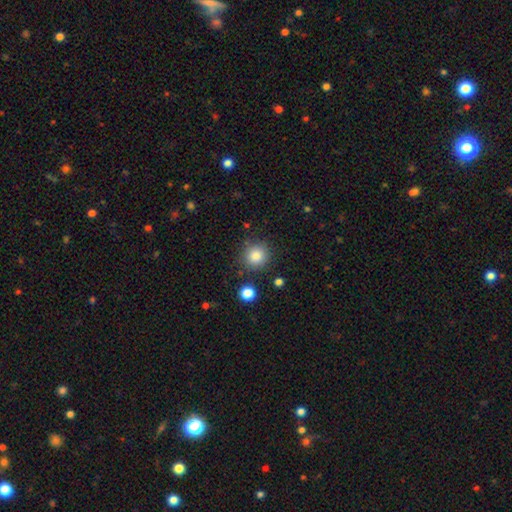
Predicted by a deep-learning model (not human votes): The model was most divided on "smooth or featured": smooth: 85%, star or artifact: 10%, featured or disk: 5%. More confident: how rounded — round (91%); merging — none (85%).